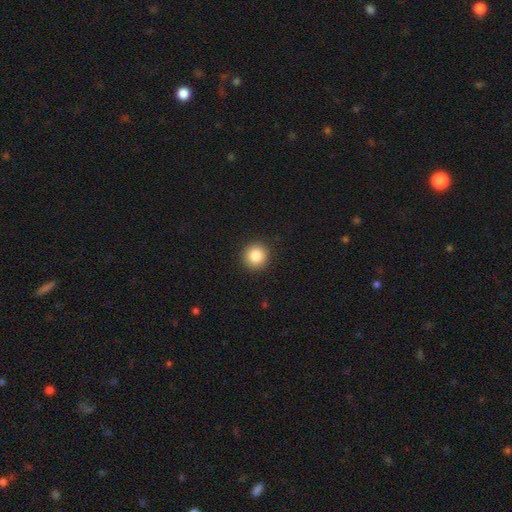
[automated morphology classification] Q: Smooth or featured?
A: smooth (84%); runner-up: star or artifact (10%)
Q: How rounded?
A: round (94%); runner-up: in between (5%)
Q: Merging?
A: none (93%); runner-up: minor disturbance (5%)